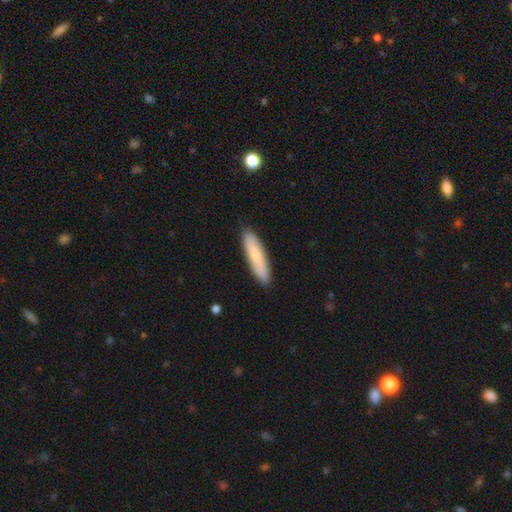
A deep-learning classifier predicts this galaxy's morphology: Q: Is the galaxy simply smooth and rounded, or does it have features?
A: smooth — 71%.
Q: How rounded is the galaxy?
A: cigar-shaped — 77%.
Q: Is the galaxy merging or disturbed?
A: none — 89%.